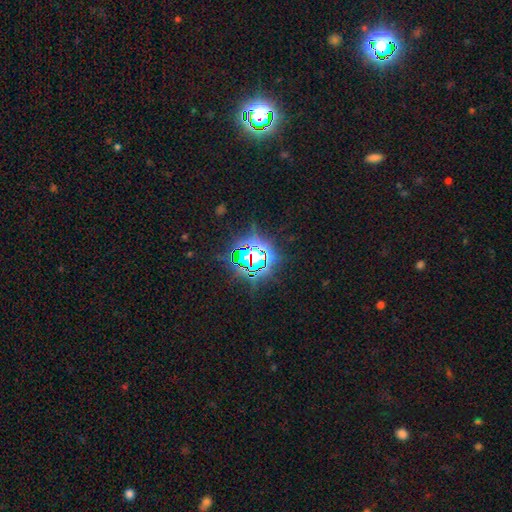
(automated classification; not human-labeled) Smooth or featured?
  - star or artifact: 82% *
  - smooth: 10%
  - featured or disk: 9%